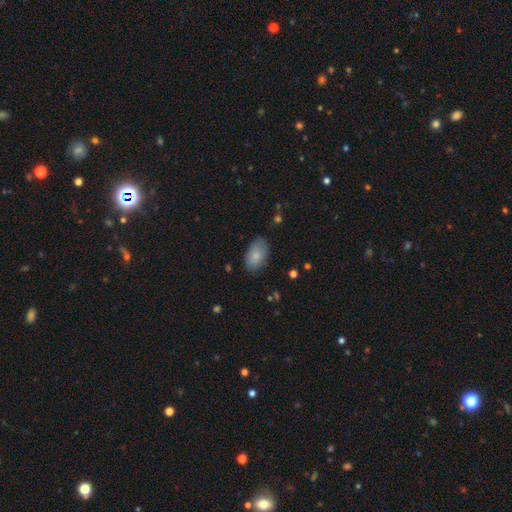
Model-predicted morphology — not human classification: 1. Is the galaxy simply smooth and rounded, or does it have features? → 82% smooth, 12% featured or disk, 6% star or artifact.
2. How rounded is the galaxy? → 93% in between, 5% round, 2% cigar-shaped.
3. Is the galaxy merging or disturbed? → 77% none, 18% minor disturbance, 4% major disturbance, 1% merger.